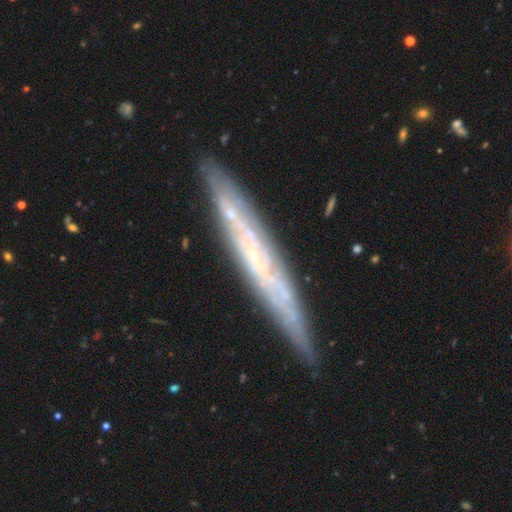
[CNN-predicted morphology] Overall: featured or disk (71%). Edge-on disk: yes (84%). Edge-on bulge: none (80%). Merging: none (83%).